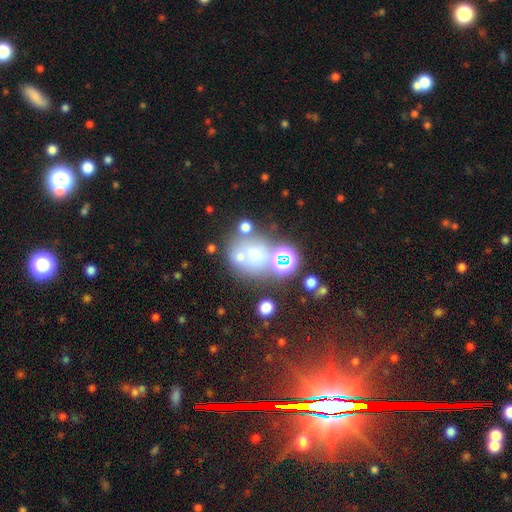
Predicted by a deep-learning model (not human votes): This is possibly a smooth galaxy (57%). How rounded: clearly round (81%). Merging: possibly none (55%).